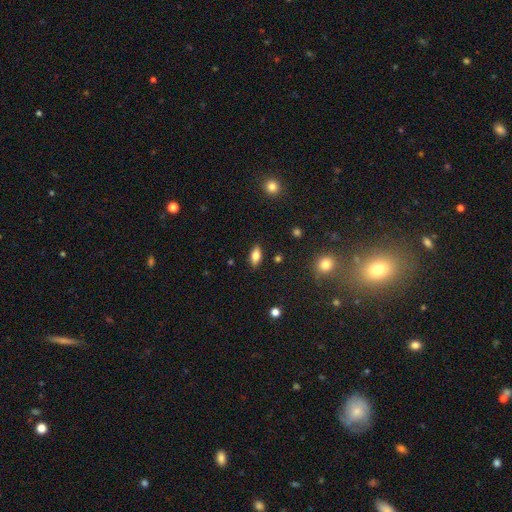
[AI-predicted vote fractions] Overall: smooth (74%). How rounded: in between (85%). Merging: none (87%).